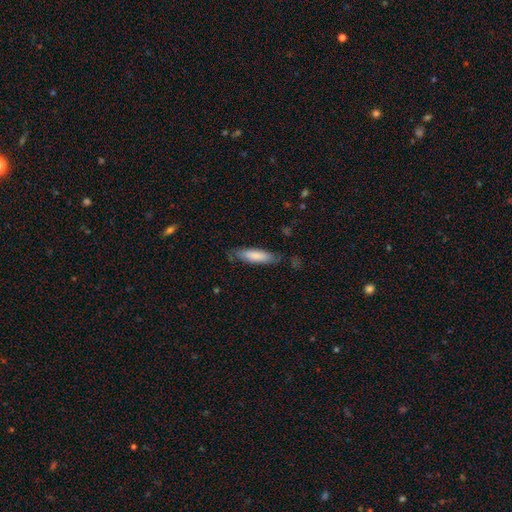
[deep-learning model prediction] smooth_or_featured: smooth (p=0.79) [alt: featured or disk p=0.16]
how_rounded: cigar-shaped (p=0.58) [alt: in between p=0.41]
merging: none (p=0.75) [alt: minor disturbance p=0.19]